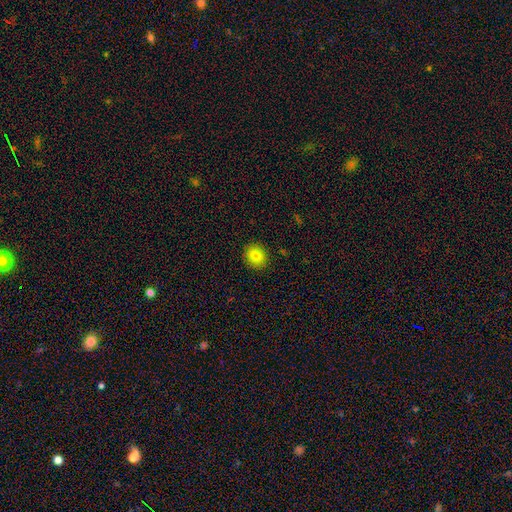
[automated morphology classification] Smooth or featured? smooth (82%)
How rounded? round (81%)
Merging? none (91%)